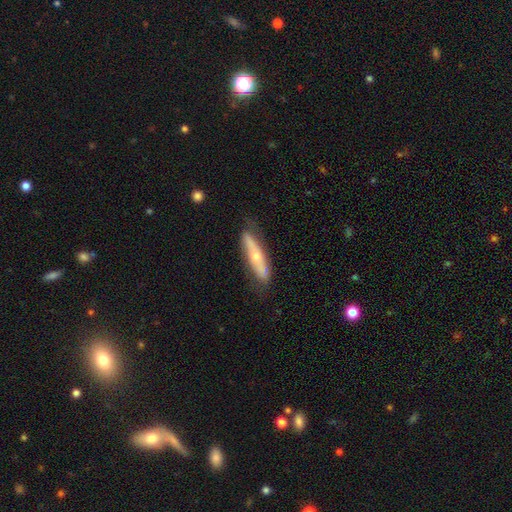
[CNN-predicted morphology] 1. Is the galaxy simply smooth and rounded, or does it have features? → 56% featured or disk, 38% smooth, 6% star or artifact.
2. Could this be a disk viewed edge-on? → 63% yes, 37% no.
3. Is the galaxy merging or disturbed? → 77% none, 18% minor disturbance, 4% major disturbance, 1% merger.